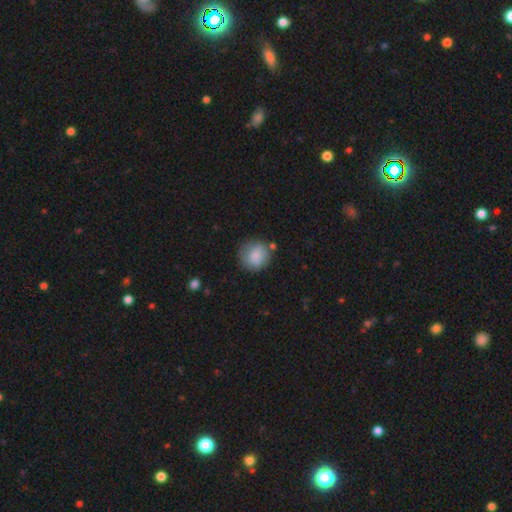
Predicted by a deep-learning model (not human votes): smooth 82%, featured or disk 11%, star or artifact 8%. Down the decision tree: how rounded — round (86%); merging — none (68%).